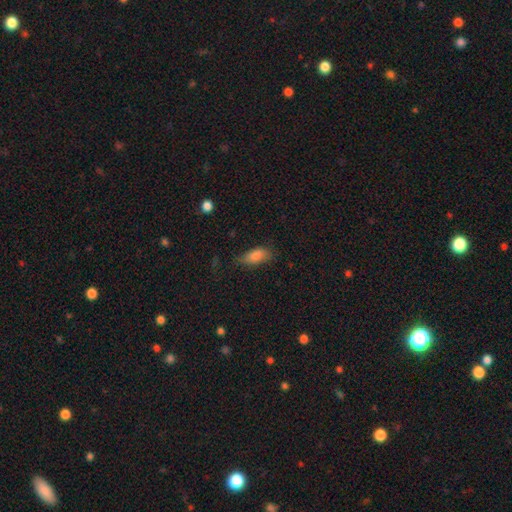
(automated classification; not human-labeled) This is clearly a smooth galaxy (82%). How rounded: clearly in between (83%). Merging: likely none (67%).